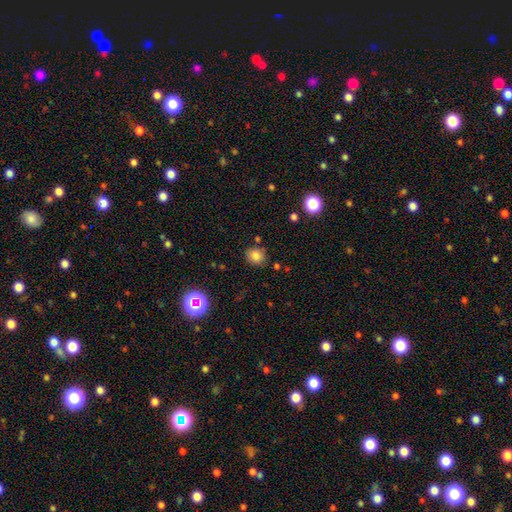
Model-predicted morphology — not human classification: Smooth or featured? Predicted: smooth (p=0.81). How rounded? Predicted: round (p=0.76). Merging? Predicted: none (p=0.83).